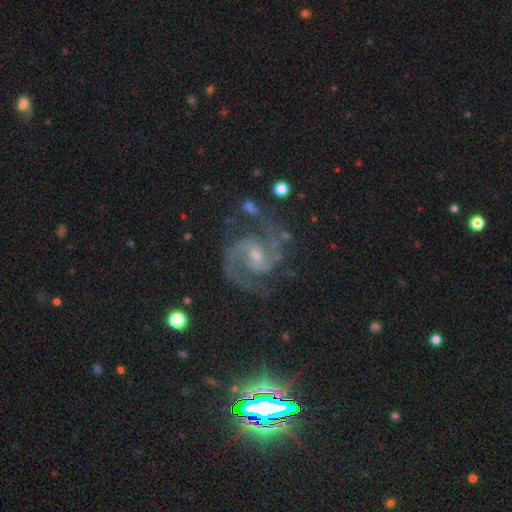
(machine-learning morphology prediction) smooth_or_featured: featured or disk (p=0.91) [alt: star or artifact p=0.06]
disk_edge_on: no (p=0.98) [alt: yes p=0.02]
bar: weak (p=0.50) [alt: no p=0.40]
has_spiral_arms: yes (p=0.98) [alt: no p=0.02]
spiral_winding: medium (p=0.63) [alt: tight p=0.24]
spiral_arm_count: 2 (p=0.89) [alt: 3 p=0.04]
bulge_size: moderate (p=0.46) [alt: small p=0.45]
merging: none (p=0.72) [alt: minor disturbance p=0.17]